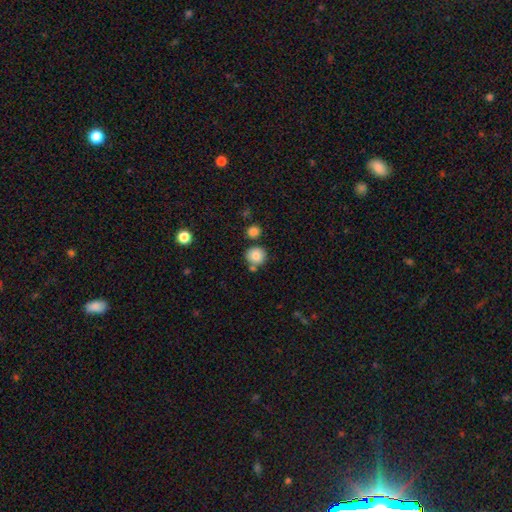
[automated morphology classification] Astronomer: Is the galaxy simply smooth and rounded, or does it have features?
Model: smooth — 84%.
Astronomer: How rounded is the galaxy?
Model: round — 90%.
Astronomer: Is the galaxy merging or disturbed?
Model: none — 71%.